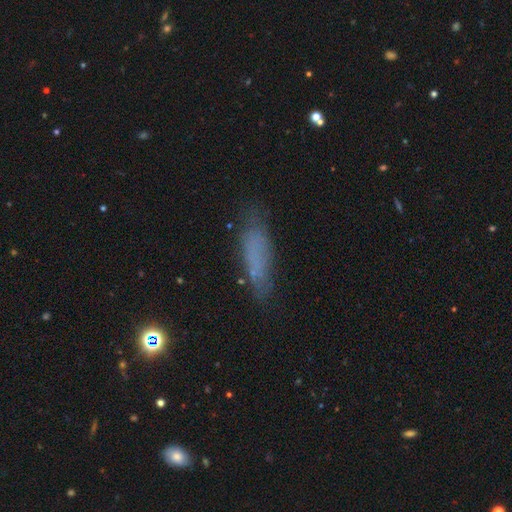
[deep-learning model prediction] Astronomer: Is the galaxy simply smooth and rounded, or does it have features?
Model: smooth — 67%.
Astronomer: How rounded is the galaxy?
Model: cigar-shaped — 55% (runner-up: in between, 43%).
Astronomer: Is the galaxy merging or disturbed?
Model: none — 68%.